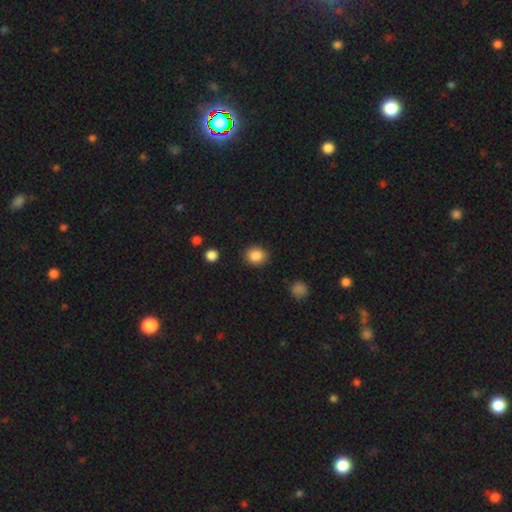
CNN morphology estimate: type=smooth (87%); roundness=round (77%); merging=none (88%).